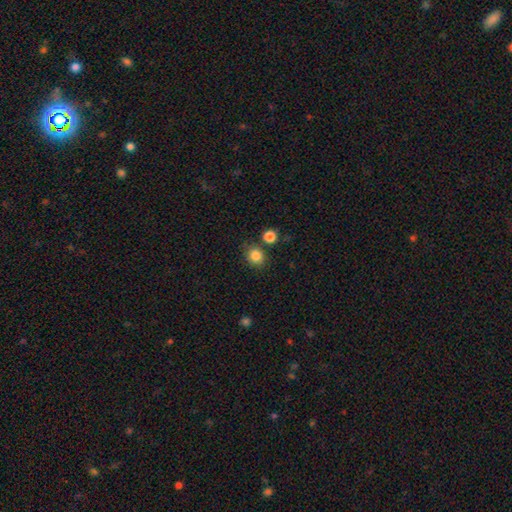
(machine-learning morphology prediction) Overall: smooth (84%). How rounded: round (79%). Merging: none (78%).